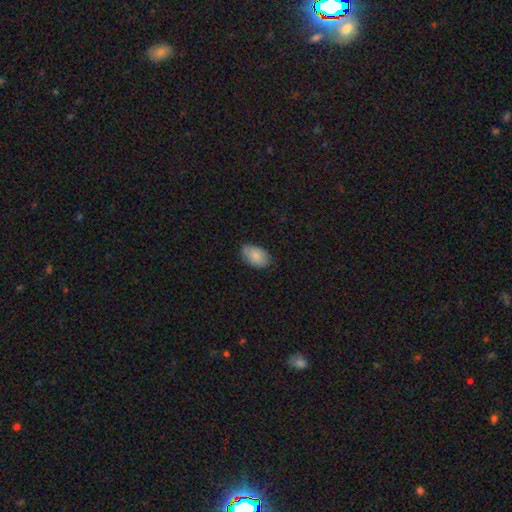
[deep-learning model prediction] A smooth galaxy with no disk features (79%) that is in between round and cigar-shaped (92%).

Vote fractions:
- Smooth or featured? smooth: 79% / featured or disk: 14% / star or artifact: 7%
- How rounded? in between: 92% / round: 6% / cigar-shaped: 1%
- Merging? none: 76% / minor disturbance: 20% / major disturbance: 3% / merger: 1%